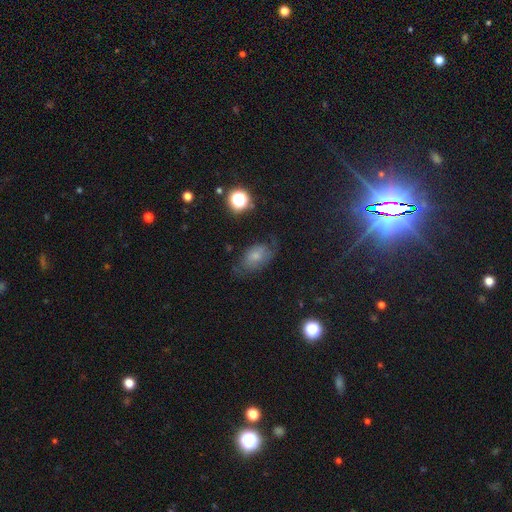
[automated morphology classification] Smooth or featured: smooth — 53% (featured or disk — 32%)
How rounded: in between — 85% (round — 13%)
Merging: none — 52% (minor disturbance — 29%)